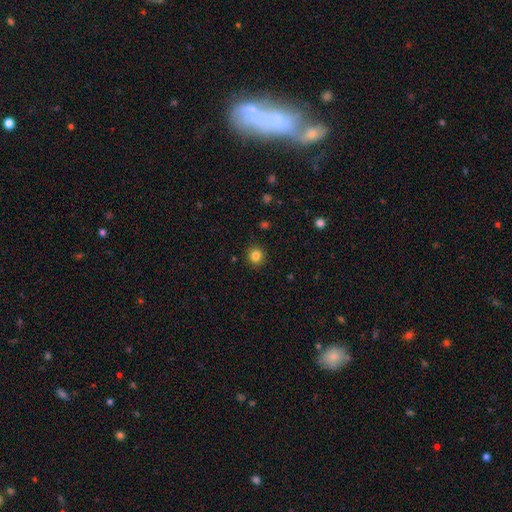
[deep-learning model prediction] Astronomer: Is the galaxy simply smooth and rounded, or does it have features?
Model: smooth — 84%.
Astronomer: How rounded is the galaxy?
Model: round — 90%.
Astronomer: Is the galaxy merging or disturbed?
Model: none — 91%.